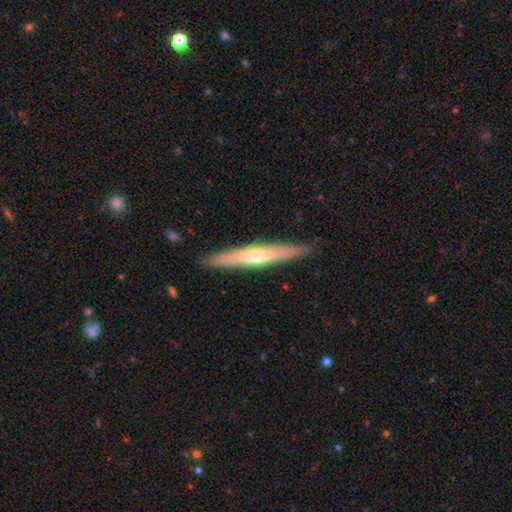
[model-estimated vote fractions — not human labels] Smooth or featured? Predicted: featured or disk (p=0.56). Edge-on disk? Predicted: yes (p=0.93). Edge-on bulge? Predicted: rounded (p=0.72). Merging? Predicted: none (p=0.90).